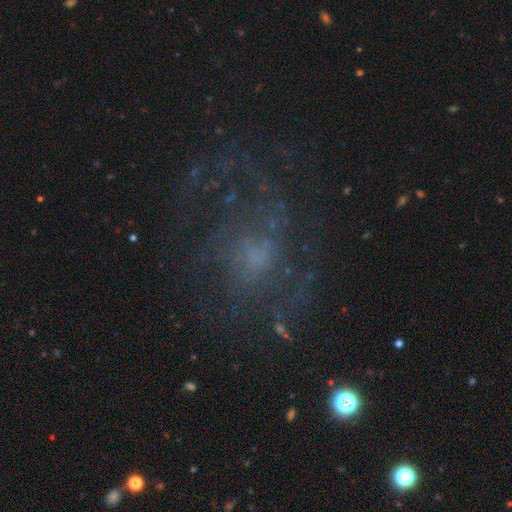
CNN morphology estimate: A featured or disk galaxy (61%) with no bar (77%), spiral arms (67%) and a small central bulge (49%).

Vote fractions:
- Smooth or featured? featured or disk: 61% / star or artifact: 21% / smooth: 17%
- Edge-on disk? no: 97% / yes: 3%
- Bar? no: 77% / weak: 20% / strong: 3%
- Spiral arms? yes: 67% / no: 33%
- Bulge size? small: 49% / moderate: 27% / none: 19% / large: 3% / dominant: 1%
- Merging? none: 58% / major disturbance: 23% / minor disturbance: 17% / merger: 2%